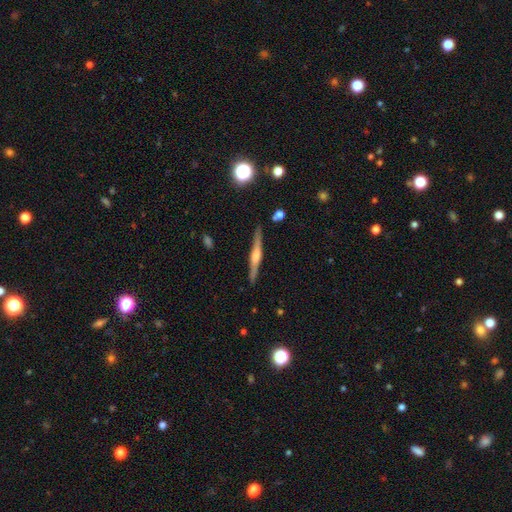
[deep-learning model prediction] Overall: featured or disk (75%). Edge-on disk: yes (98%). Edge-on bulge: rounded (77%). Merging: none (89%).